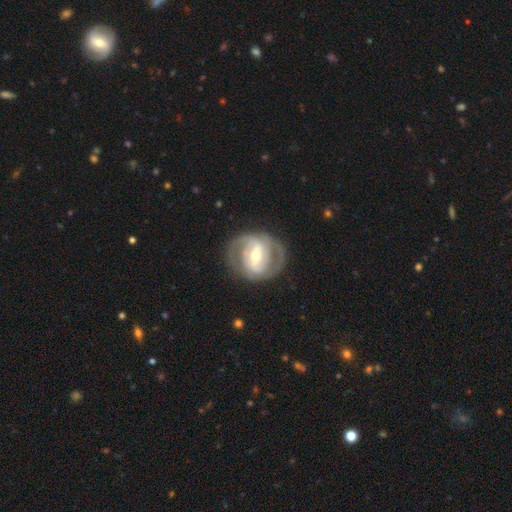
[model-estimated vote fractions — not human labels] featured or disk 81%, smooth 14%, star or artifact 5%. Down the decision tree: edge-on disk — no (97%); bar — strong (51%); spiral arms — yes (83%); spiral arm count — 2 (79%); spiral winding — medium (43%); bulge size — moderate (56%); merging — none (77%).